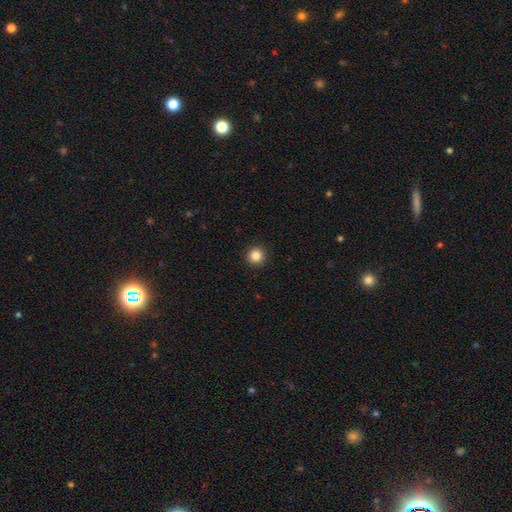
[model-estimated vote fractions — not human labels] Overall: smooth (86%). How rounded: round (95%). Merging: none (93%).